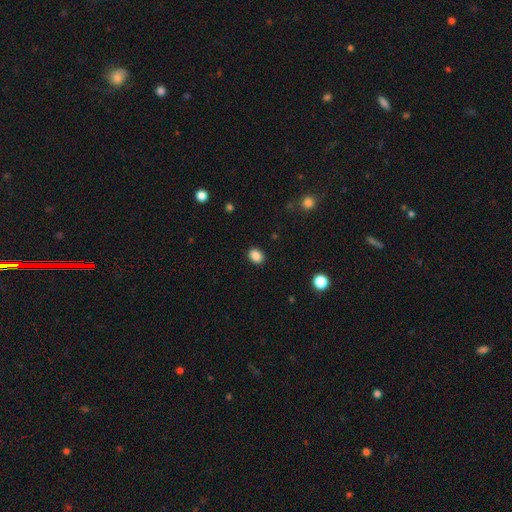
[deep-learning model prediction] This is clearly a smooth galaxy (87%). How rounded: possibly round (56%). Merging: clearly none (90%).